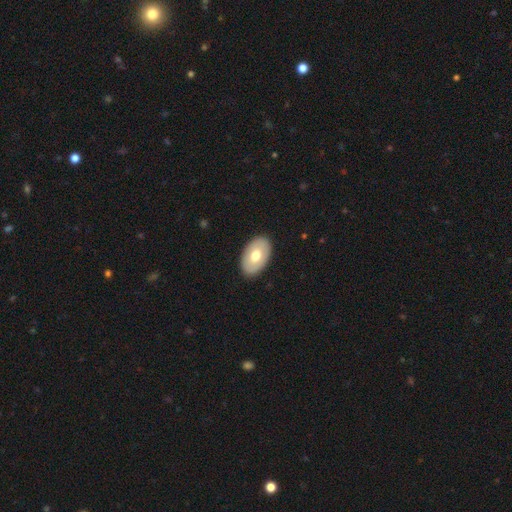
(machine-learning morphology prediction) This is likely a smooth galaxy (63%). How rounded: clearly in between (92%). Merging: clearly none (89%).